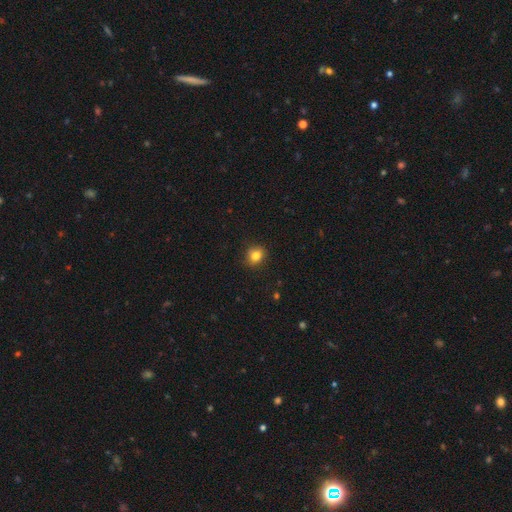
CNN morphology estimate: Smooth or featured?
  - smooth: 82% *
  - star or artifact: 12%
  - featured or disk: 6%
How rounded?
  - round: 75% *
  - in between: 24%
  - cigar-shaped: 1%
Merging?
  - none: 86% *
  - minor disturbance: 10%
  - major disturbance: 2%
  - merger: 1%